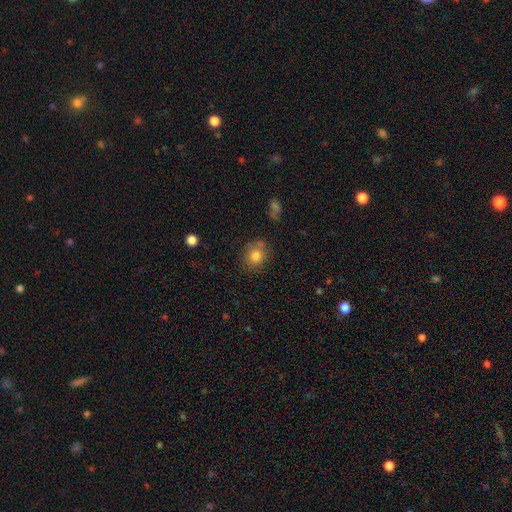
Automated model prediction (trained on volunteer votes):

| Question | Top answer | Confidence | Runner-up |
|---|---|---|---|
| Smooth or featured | smooth | 81% | star or artifact (10%) |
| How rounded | round | 69% | in between (30%) |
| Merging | none | 68% | minor disturbance (18%) |